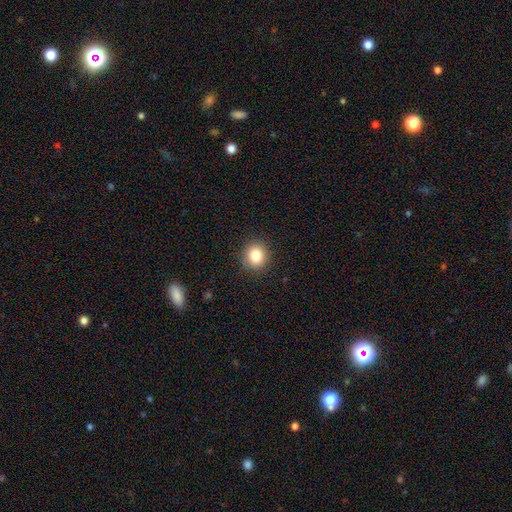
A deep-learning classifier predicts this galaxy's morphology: Q: Smooth or featured?
A: smooth (83%); runner-up: star or artifact (10%)
Q: How rounded?
A: round (81%); runner-up: in between (19%)
Q: Merging?
A: none (89%); runner-up: minor disturbance (7%)